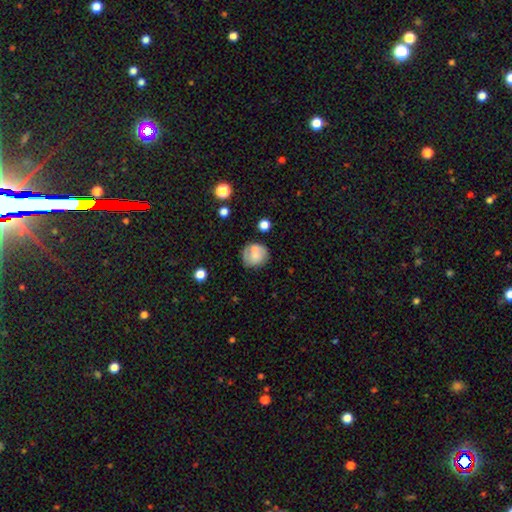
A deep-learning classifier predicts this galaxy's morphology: smooth-or-featured: smooth: 59% | featured or disk: 32% | star or artifact: 8%
  how-rounded: round: 79% | in between: 20% | cigar-shaped: 1%
  merging: none: 55% | minor disturbance: 19% | merger: 18% | major disturbance: 7%